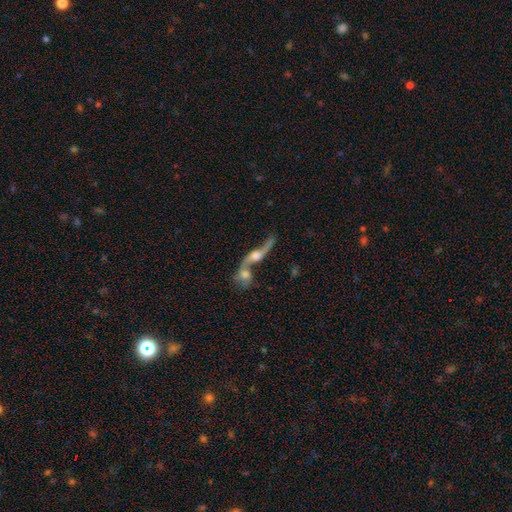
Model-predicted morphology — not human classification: type=featured or disk (71%); edge-on=no (68%); merging=merger (65%).